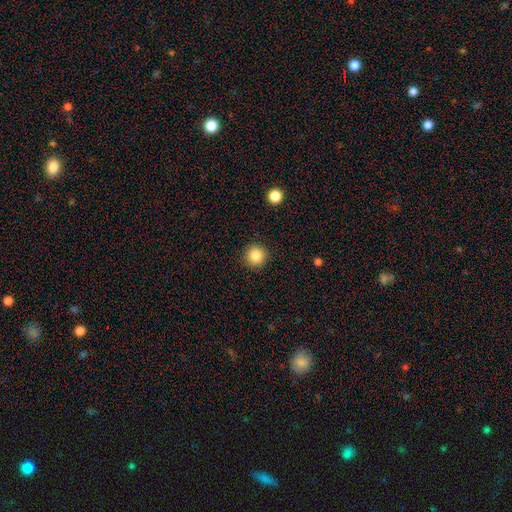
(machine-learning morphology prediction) A smooth galaxy with no disk features (85%) that is round (94%). Merging: none (91%).